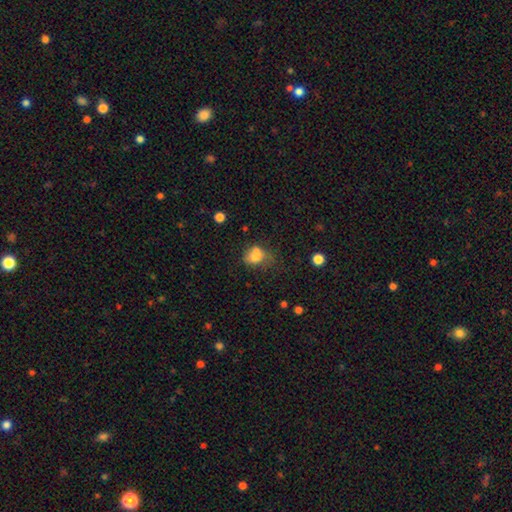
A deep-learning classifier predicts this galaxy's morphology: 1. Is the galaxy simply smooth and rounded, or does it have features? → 73% smooth, 15% featured or disk, 12% star or artifact.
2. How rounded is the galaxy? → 58% in between, 40% round, 1% cigar-shaped.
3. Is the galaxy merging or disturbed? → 32% none, 28% merger, 24% minor disturbance, 16% major disturbance.